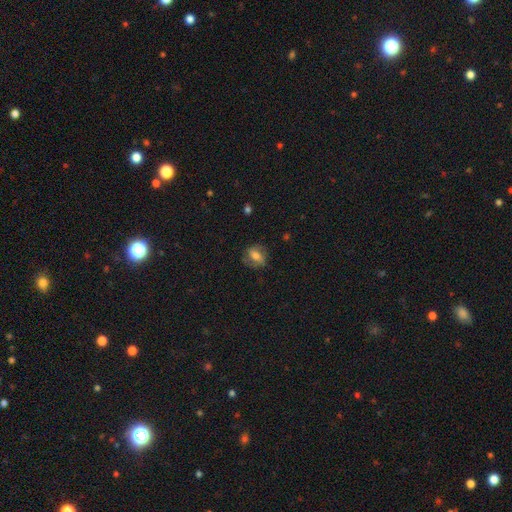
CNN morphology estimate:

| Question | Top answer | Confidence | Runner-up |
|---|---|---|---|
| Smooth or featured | smooth | 55% | featured or disk (36%) |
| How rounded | in between | 54% | round (44%) |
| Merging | none | 72% | minor disturbance (19%) |